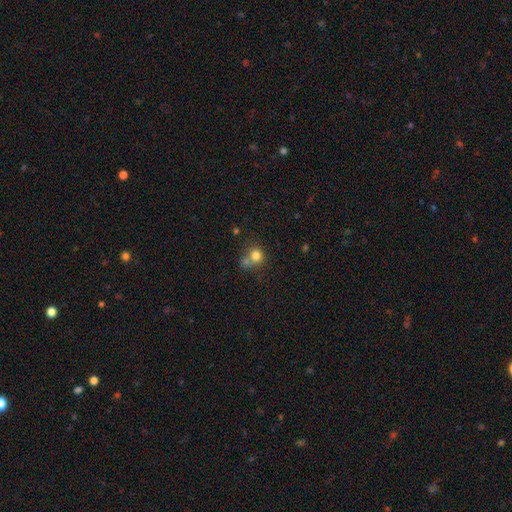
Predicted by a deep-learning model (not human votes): Smooth or featured: smooth — 78% (star or artifact — 12%)
How rounded: round — 83% (in between — 16%)
Merging: none — 44% (merger — 41%)